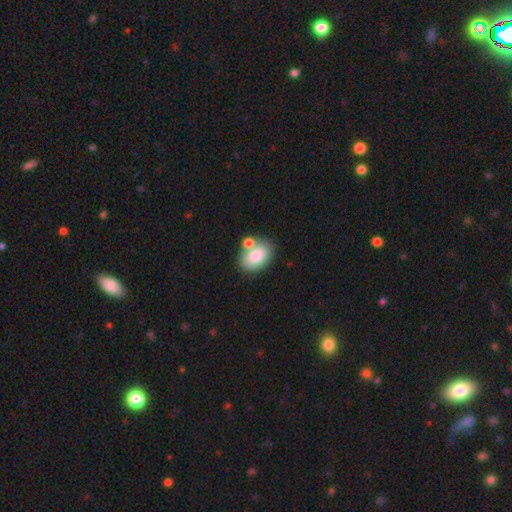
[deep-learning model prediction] smooth-or-featured: smooth: 82% | featured or disk: 10% | star or artifact: 7%
  how-rounded: in between: 88% | round: 11% | cigar-shaped: 1%
  merging: none: 59% | merger: 25% | minor disturbance: 13% | major disturbance: 4%